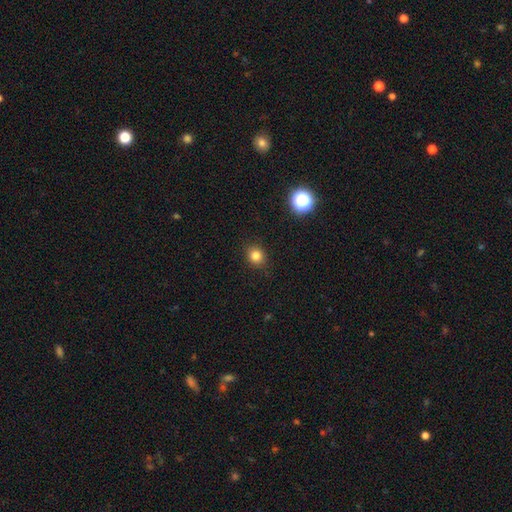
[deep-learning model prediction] Smooth or featured: smooth — 81% (star or artifact — 13%)
How rounded: round — 78% (in between — 21%)
Merging: none — 89% (minor disturbance — 8%)